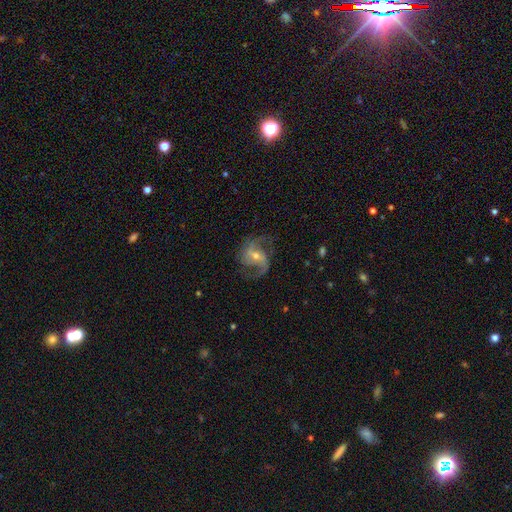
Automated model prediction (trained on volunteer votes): Overall: featured or disk (87%). Edge-on disk: no (97%). Bar: weak (45%; no 28%). Spiral arms: yes (96%). Spiral arm count: 2 (84%). Spiral winding: medium (46%; loose 44%). Bulge size: small (49%; moderate 47%). Merging: none (70%).